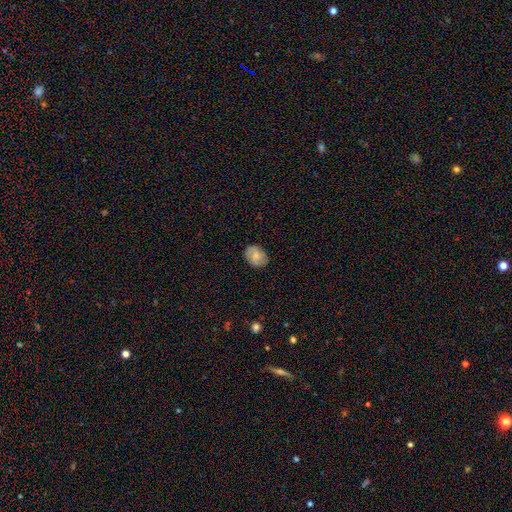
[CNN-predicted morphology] This appears to be a smooth galaxy with no disk features (75%) that is in between round and cigar-shaped (67%). Merging: none (83%).